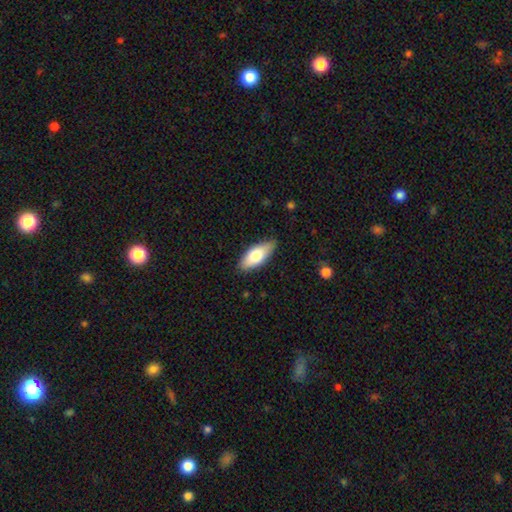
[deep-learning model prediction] Smooth or featured? Predicted: smooth (p=0.75). How rounded? Predicted: in between (p=0.82). Merging? Predicted: none (p=0.83).